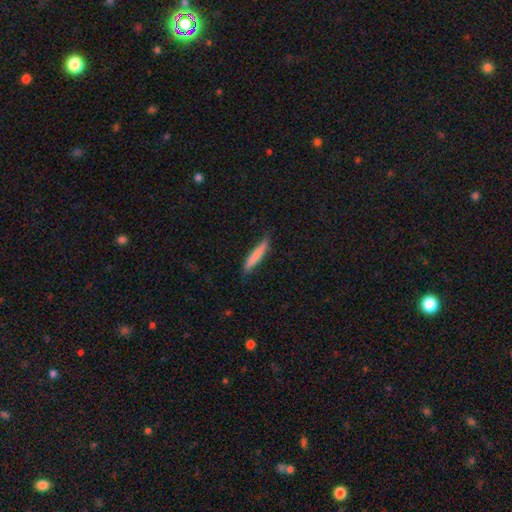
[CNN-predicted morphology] Smooth or featured: smooth — 79% (featured or disk — 15%)
How rounded: cigar-shaped — 93% (in between — 6%)
Merging: none — 82% (minor disturbance — 15%)